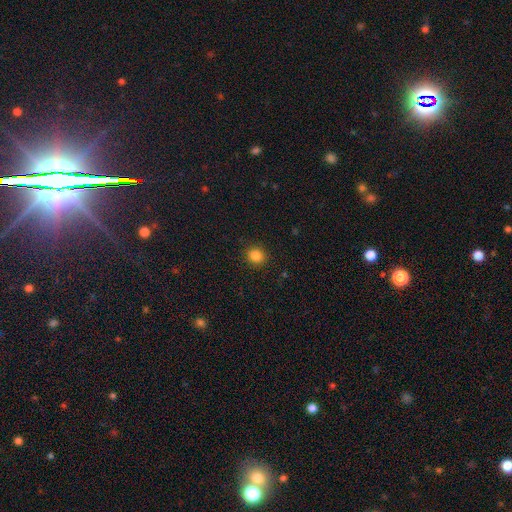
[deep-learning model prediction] Overall: smooth (85%). How rounded: round (85%). Merging: none (91%).